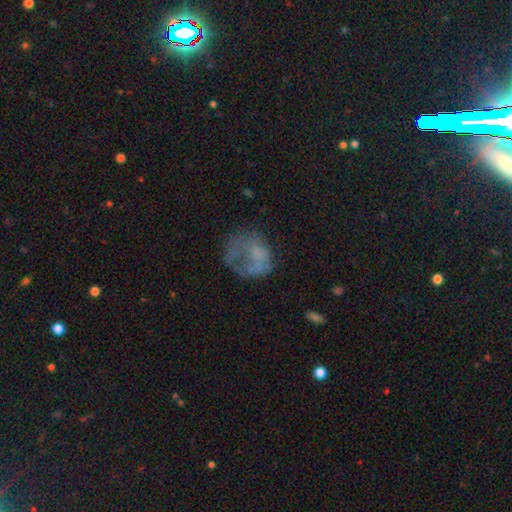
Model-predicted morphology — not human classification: A smooth galaxy with no disk features (49%). Merging: major disturbance (41%).